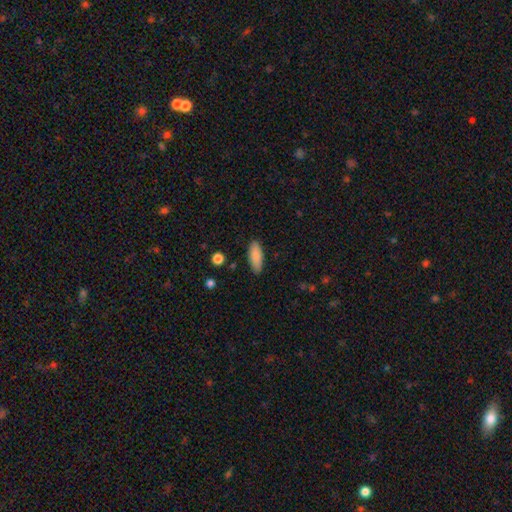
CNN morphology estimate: A smooth galaxy with no disk features (87%) that is in between round and cigar-shaped (74%).

Vote fractions:
- Smooth or featured? smooth: 87% / featured or disk: 7% / star or artifact: 6%
- How rounded? in between: 74% / cigar-shaped: 24% / round: 2%
- Merging? none: 87% / minor disturbance: 10% / major disturbance: 2% / merger: 1%